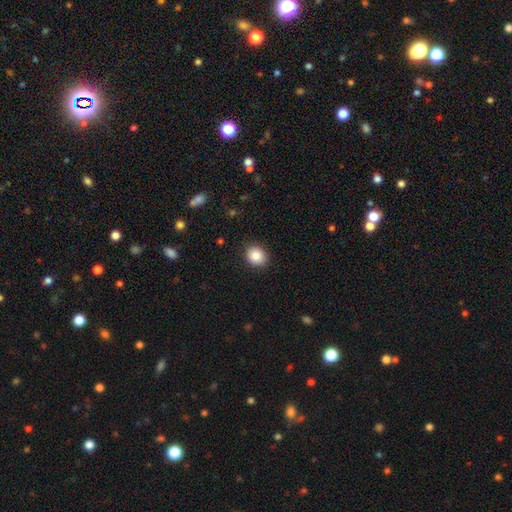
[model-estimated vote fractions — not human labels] The model was most divided on "how rounded": round: 71%, in between: 29%, cigar-shaped: 1%. More confident: merging — none (89%); smooth or featured — smooth (86%).